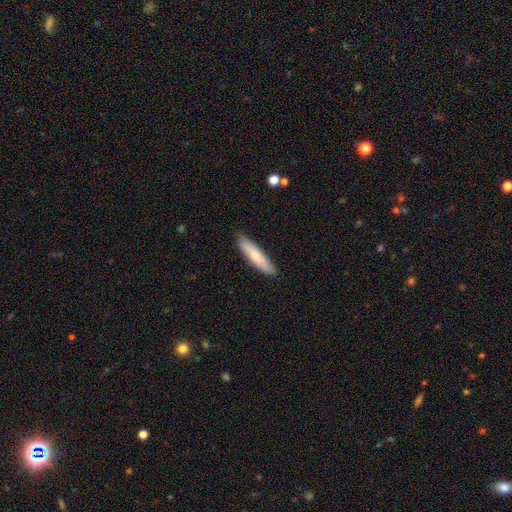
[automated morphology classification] Q: Smooth or featured?
A: smooth (71%); runner-up: featured or disk (23%)
Q: How rounded?
A: cigar-shaped (80%); runner-up: in between (19%)
Q: Merging?
A: none (86%); runner-up: minor disturbance (11%)